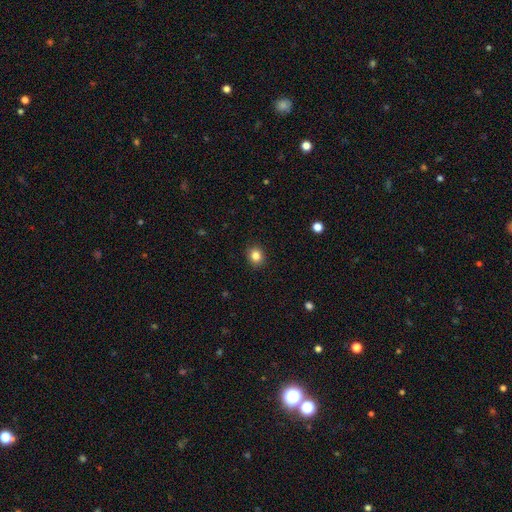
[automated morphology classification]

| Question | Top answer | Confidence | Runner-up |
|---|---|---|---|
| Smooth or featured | smooth | 84% | star or artifact (11%) |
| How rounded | round | 76% | in between (23%) |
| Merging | none | 90% | minor disturbance (7%) |